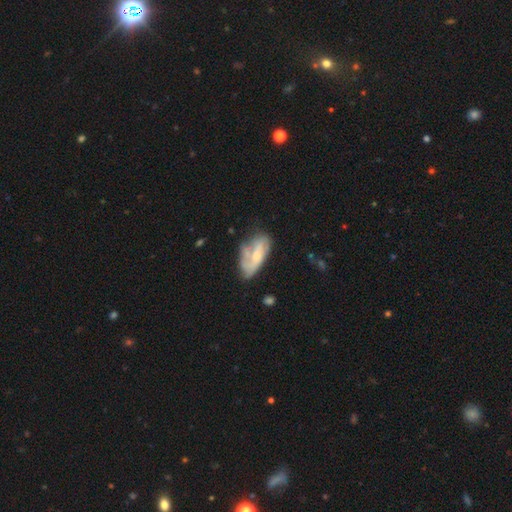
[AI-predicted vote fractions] This appears to be a featured or disk galaxy (49%). Merging: none (42%).